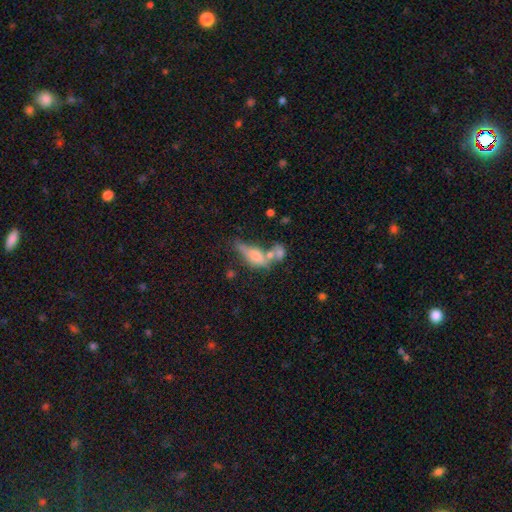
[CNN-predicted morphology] Overall: smooth (51%; featured or disk 37%). How rounded: in between (61%; cigar-shaped 31%). Merging: merger (40%; none 26%).